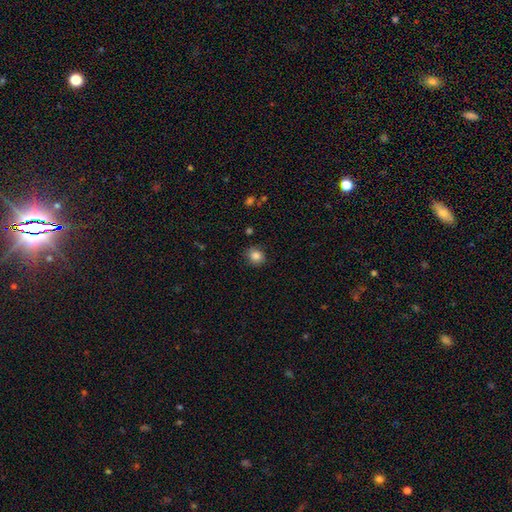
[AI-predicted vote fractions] smooth-or-featured: smooth: 85% | star or artifact: 10% | featured or disk: 5%
  how-rounded: round: 78% | in between: 21% | cigar-shaped: 1%
  merging: none: 85% | minor disturbance: 11% | major disturbance: 3% | merger: 1%